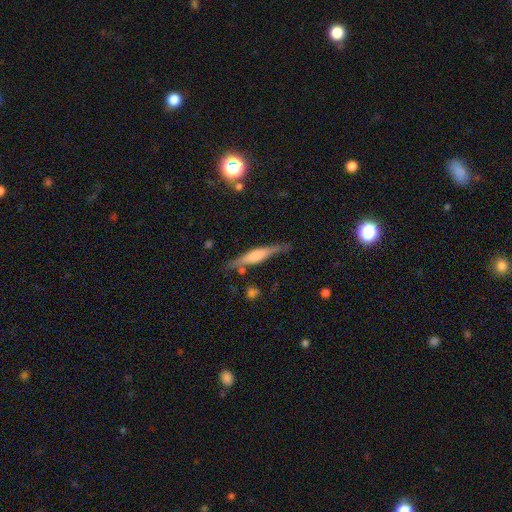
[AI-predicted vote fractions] Smooth or featured: featured or disk — 60% (smooth — 34%)
Edge-on disk: yes — 96% (no — 4%)
Edge-on bulge: rounded — 61% (boxy — 28%)
Merging: none — 80% (minor disturbance — 14%)